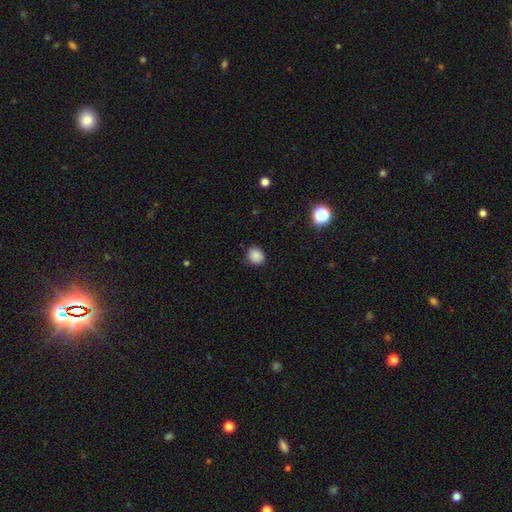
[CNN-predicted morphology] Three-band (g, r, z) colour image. It shows a smooth galaxy with no disk features (86%) that is round (78%). Merging: none (84%).